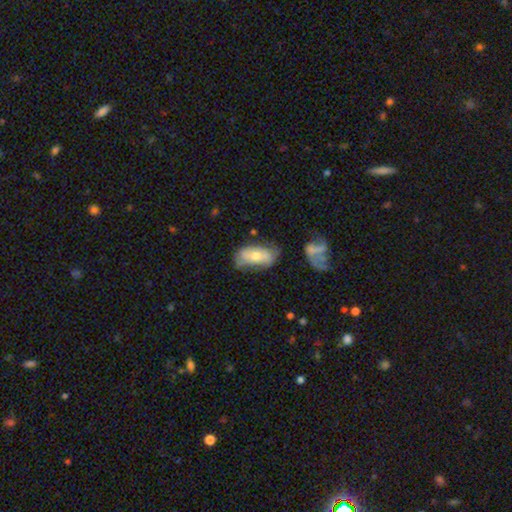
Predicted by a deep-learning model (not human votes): A smooth galaxy with no disk features (57%) that is in between round and cigar-shaped (86%).

Vote fractions:
- Smooth or featured? smooth: 57% / featured or disk: 36% / star or artifact: 7%
- How rounded? in between: 86% / cigar-shaped: 10% / round: 4%
- Merging? none: 52% / minor disturbance: 28% / major disturbance: 12% / merger: 7%